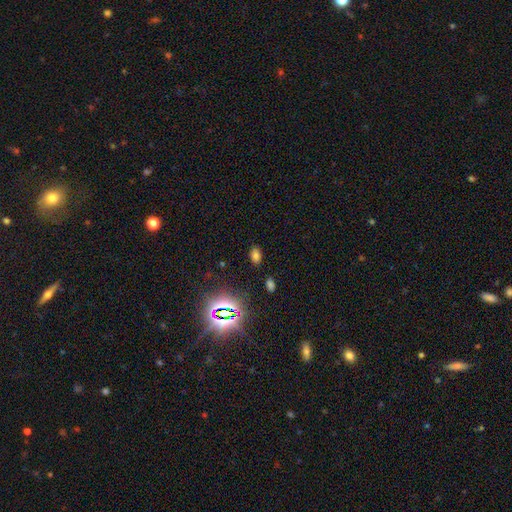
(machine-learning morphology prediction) Q: Smooth or featured?
A: smooth (65%); runner-up: star or artifact (28%)
Q: How rounded?
A: in between (89%); runner-up: round (9%)
Q: Merging?
A: none (84%); runner-up: minor disturbance (10%)